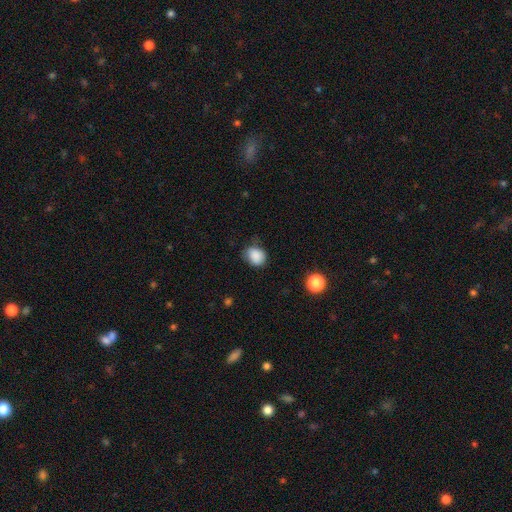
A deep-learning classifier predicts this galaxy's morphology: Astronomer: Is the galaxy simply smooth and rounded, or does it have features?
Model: smooth — 87%.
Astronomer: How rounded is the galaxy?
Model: round — 61% (runner-up: in between, 38%).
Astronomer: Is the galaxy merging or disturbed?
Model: none — 64%.